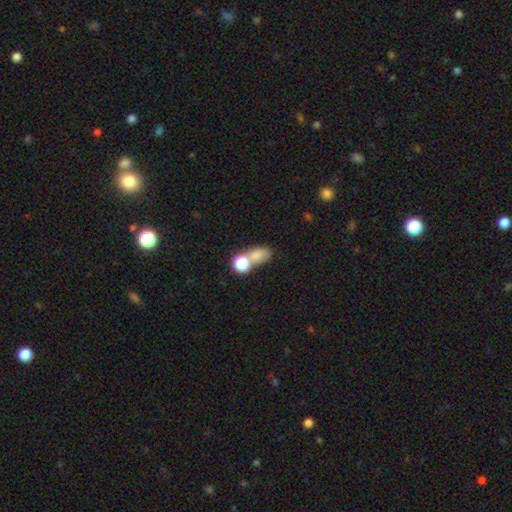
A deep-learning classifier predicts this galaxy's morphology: Smooth or featured: smooth — 74% (star or artifact — 14%)
How rounded: in between — 66% (round — 31%)
Merging: merger — 46% (none — 35%)